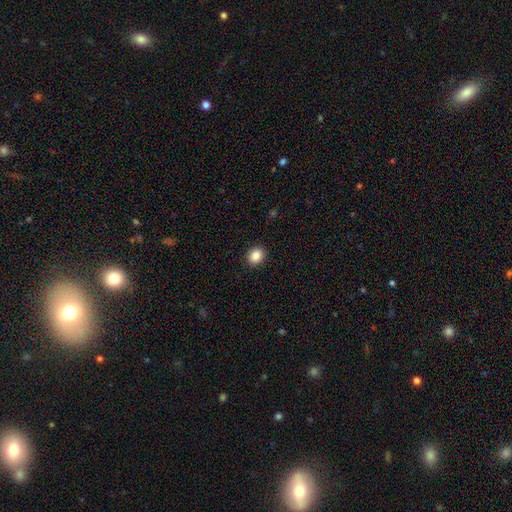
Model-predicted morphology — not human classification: Overall: smooth (86%). How rounded: round (63%; in between 36%). Merging: none (91%).